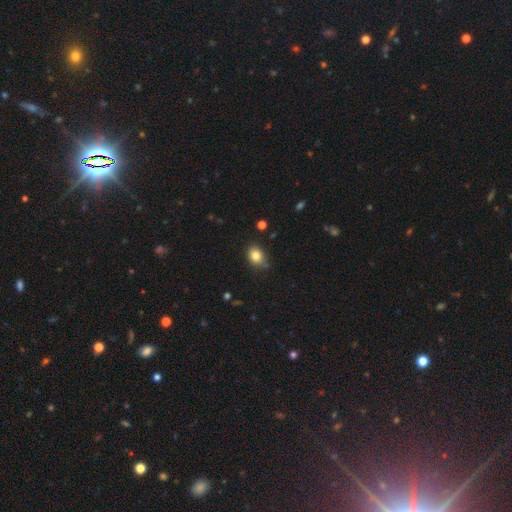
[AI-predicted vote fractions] A smooth galaxy with no disk features (83%) that is in between round and cigar-shaped (58%). Merging: none (77%).